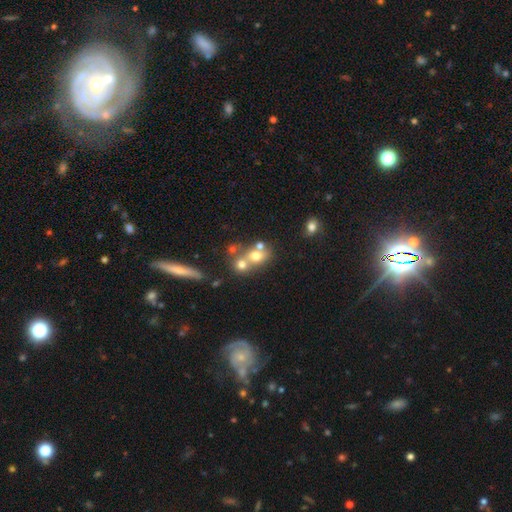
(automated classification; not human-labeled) smooth_or_featured: smooth (p=0.63) [alt: featured or disk p=0.23]
how_rounded: round (p=0.62) [alt: in between p=0.36]
merging: merger (p=0.54) [alt: none p=0.32]